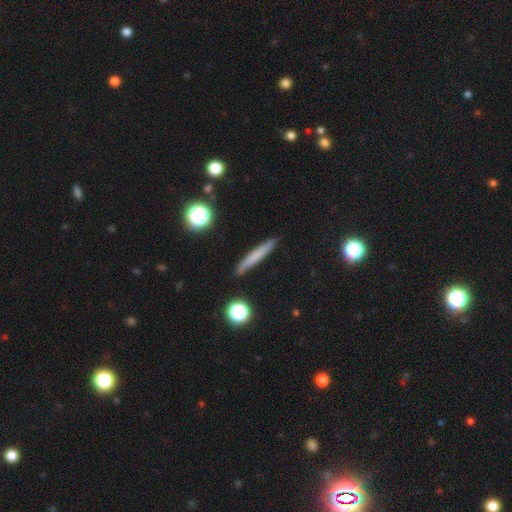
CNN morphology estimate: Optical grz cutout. It shows a smooth galaxy with no disk features (64%) that is cigar-shaped (95%). Merging: none (90%).